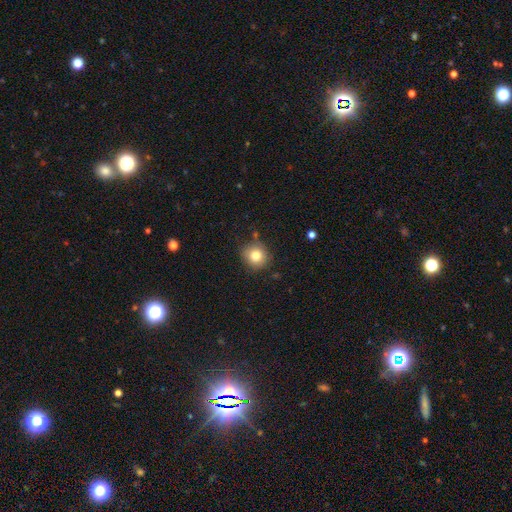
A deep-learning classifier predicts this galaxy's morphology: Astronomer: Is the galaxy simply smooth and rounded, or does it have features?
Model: smooth — 80%.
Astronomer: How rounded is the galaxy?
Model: round — 89%.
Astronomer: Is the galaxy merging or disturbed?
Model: none — 82%.